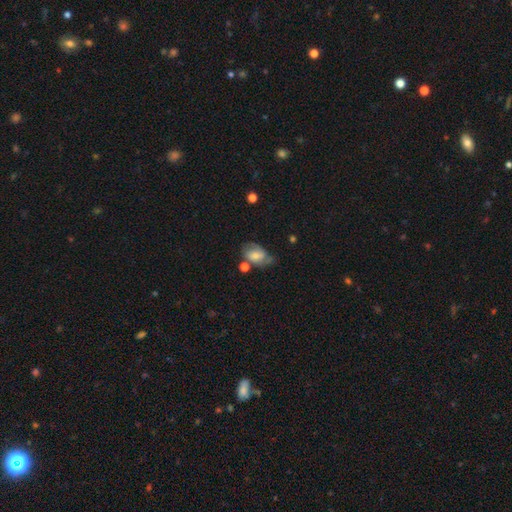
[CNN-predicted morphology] Smooth or featured? smooth (49%)
Merging? none (43%)